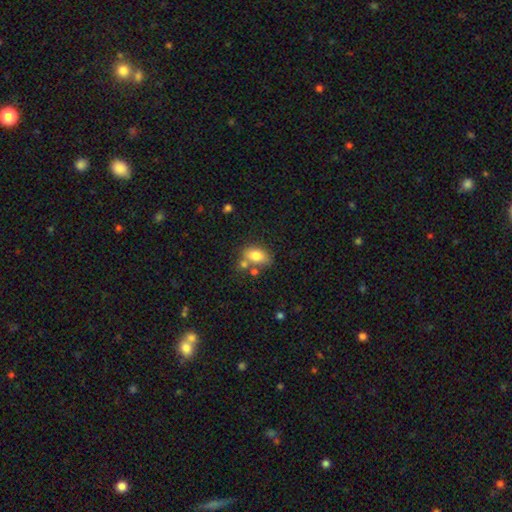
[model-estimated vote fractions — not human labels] Overall: smooth (79%). How rounded: in between (84%). Merging: none (55%; merger 23%).